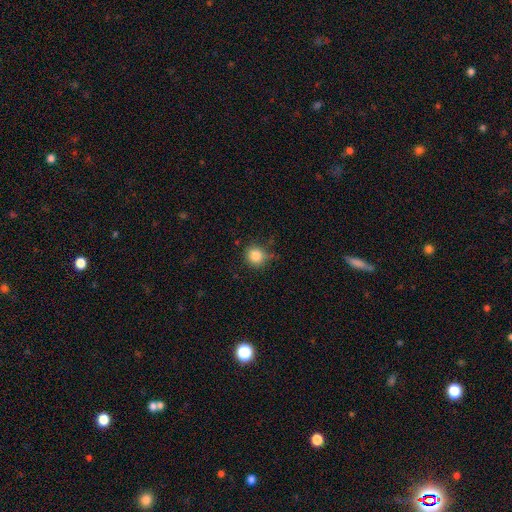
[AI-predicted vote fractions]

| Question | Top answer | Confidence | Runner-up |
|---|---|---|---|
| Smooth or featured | smooth | 83% | star or artifact (11%) |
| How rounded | round | 87% | in between (12%) |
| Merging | none | 70% | minor disturbance (22%) |